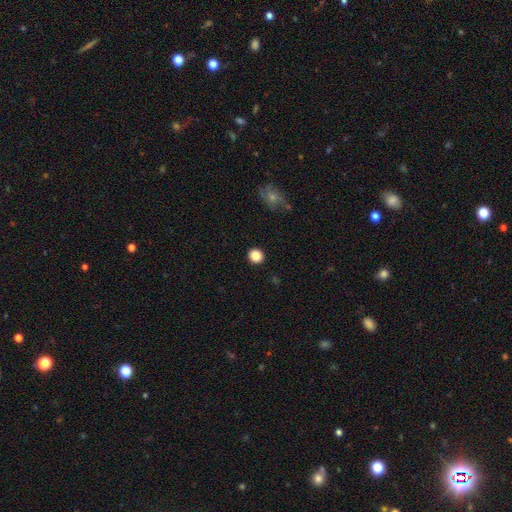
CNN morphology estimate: Smooth or featured: smooth — 85% (star or artifact — 10%)
How rounded: round — 91% (in between — 8%)
Merging: none — 92% (minor disturbance — 5%)